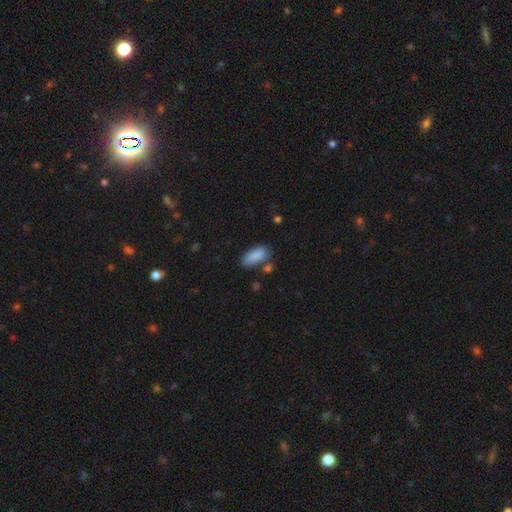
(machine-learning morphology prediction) smooth_or_featured: smooth (p=0.87) [alt: star or artifact p=0.07]
how_rounded: in between (p=0.83) [alt: cigar-shaped p=0.15]
merging: none (p=0.66) [alt: minor disturbance p=0.21]